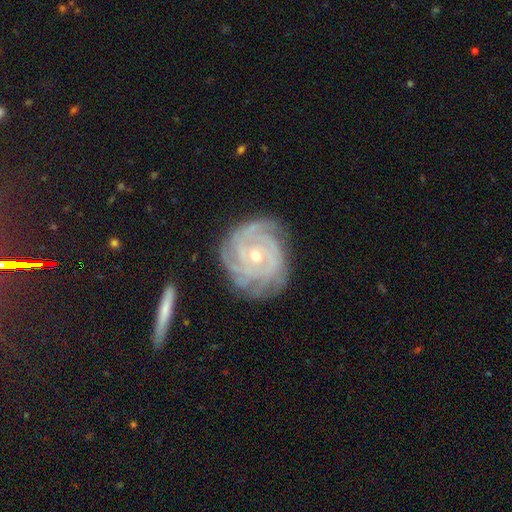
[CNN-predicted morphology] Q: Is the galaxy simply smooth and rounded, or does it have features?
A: featured or disk — 89%.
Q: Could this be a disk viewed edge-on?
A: no — 97%.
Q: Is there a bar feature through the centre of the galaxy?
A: no — 72%.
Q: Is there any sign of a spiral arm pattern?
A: yes — 98%.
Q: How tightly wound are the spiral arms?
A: tight — 80%.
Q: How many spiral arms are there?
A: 4 — 28%.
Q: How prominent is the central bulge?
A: small — 64%.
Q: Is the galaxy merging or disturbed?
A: none — 77%.